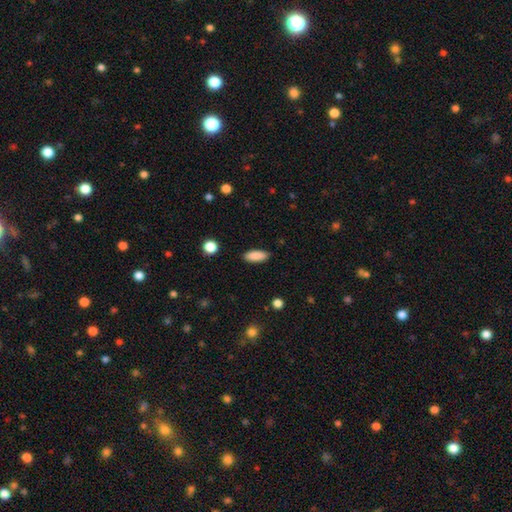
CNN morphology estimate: Smooth or featured? smooth (88%)
How rounded? in between (76%)
Merging? none (89%)